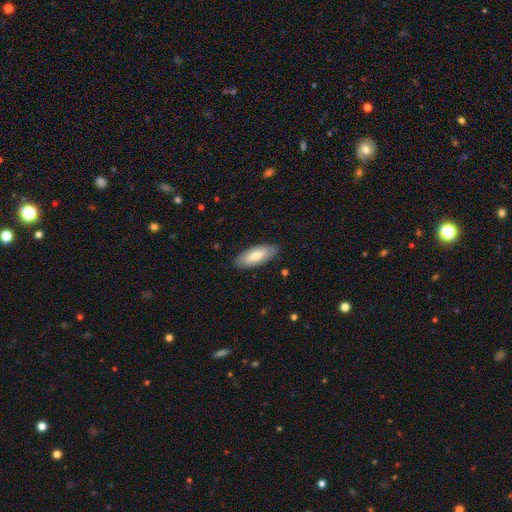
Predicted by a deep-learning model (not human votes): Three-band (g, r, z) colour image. It shows a smooth galaxy with no disk features (63%) that is in between round and cigar-shaped (82%). Merging: none (84%).